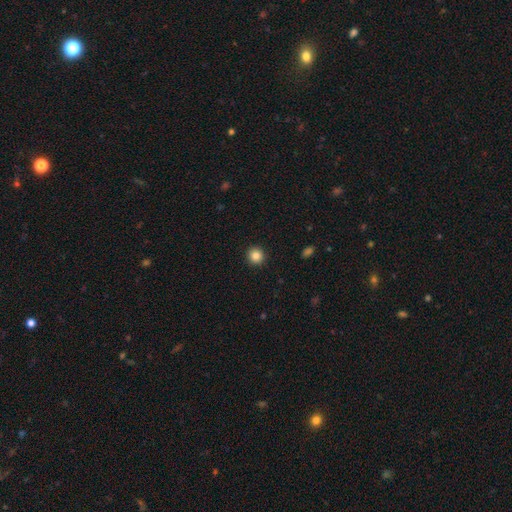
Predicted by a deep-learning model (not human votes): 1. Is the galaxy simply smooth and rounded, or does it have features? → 85% smooth, 10% star or artifact, 4% featured or disk.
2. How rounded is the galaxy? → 93% round, 6% in between, 1% cigar-shaped.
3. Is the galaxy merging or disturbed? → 93% none, 4% minor disturbance, 2% major disturbance, 1% merger.